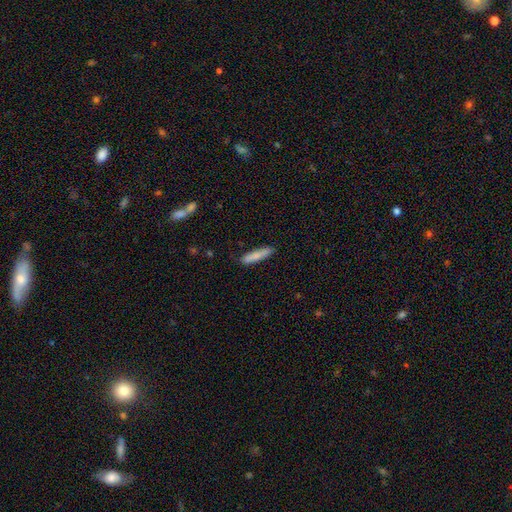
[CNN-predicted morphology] Smooth or featured? Predicted: smooth (p=0.83). How rounded? Predicted: cigar-shaped (p=0.87). Merging? Predicted: none (p=0.87).